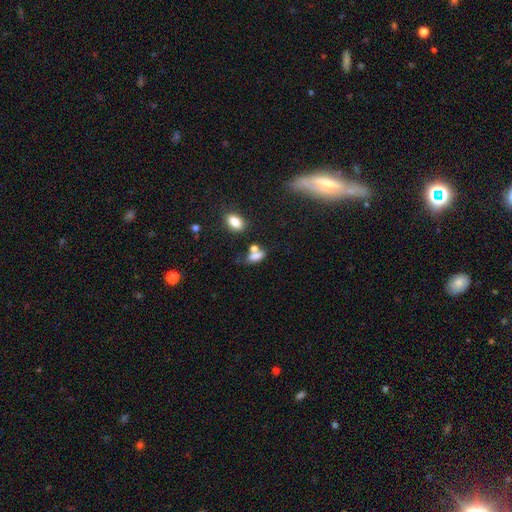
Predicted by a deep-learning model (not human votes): A smooth galaxy with no disk features (71%) that is in between round and cigar-shaped (75%).

Vote fractions:
- Smooth or featured? smooth: 71% / star or artifact: 15% / featured or disk: 14%
- How rounded? in between: 75% / cigar-shaped: 14% / round: 11%
- Merging? none: 40% / merger: 34% / minor disturbance: 17% / major disturbance: 10%